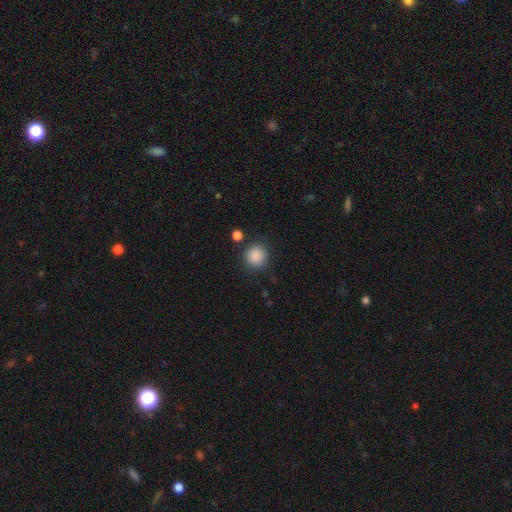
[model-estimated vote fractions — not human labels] smooth_or_featured: smooth (p=0.88) [alt: star or artifact p=0.09]
how_rounded: round (p=0.90) [alt: in between p=0.10]
merging: none (p=0.84) [alt: minor disturbance p=0.10]